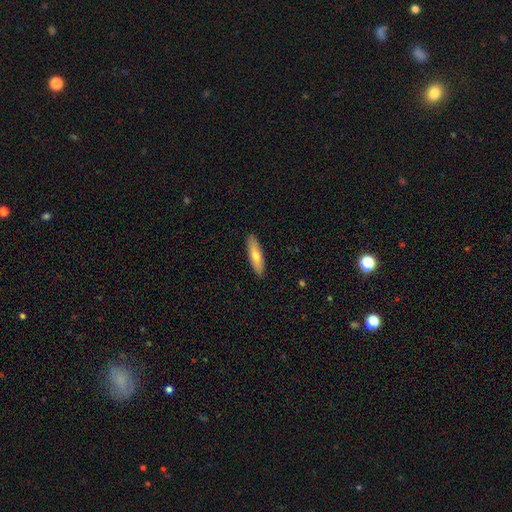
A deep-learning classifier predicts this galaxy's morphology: Smooth or featured? smooth (67%)
How rounded? cigar-shaped (63%)
Merging? none (91%)